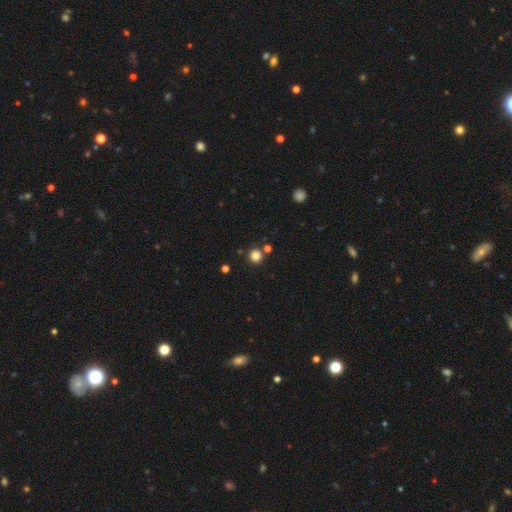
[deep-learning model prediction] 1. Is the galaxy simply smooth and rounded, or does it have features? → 82% smooth, 14% star or artifact, 4% featured or disk.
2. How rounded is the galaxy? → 94% round, 6% in between, 1% cigar-shaped.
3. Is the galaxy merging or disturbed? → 84% none, 8% merger, 6% minor disturbance, 2% major disturbance.